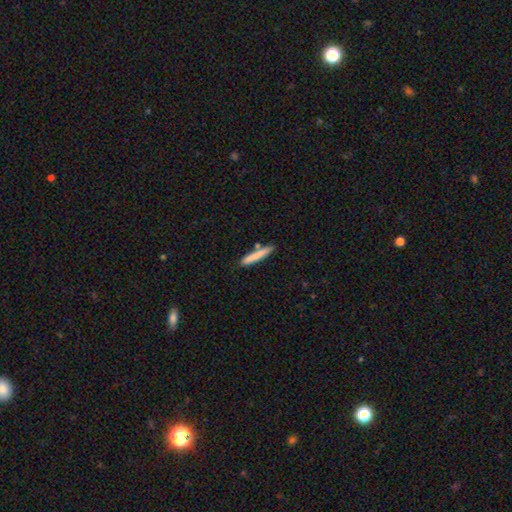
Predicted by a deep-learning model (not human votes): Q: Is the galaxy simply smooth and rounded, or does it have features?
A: smooth — 79%.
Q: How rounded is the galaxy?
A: cigar-shaped — 93%.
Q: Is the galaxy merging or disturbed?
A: none — 80%.